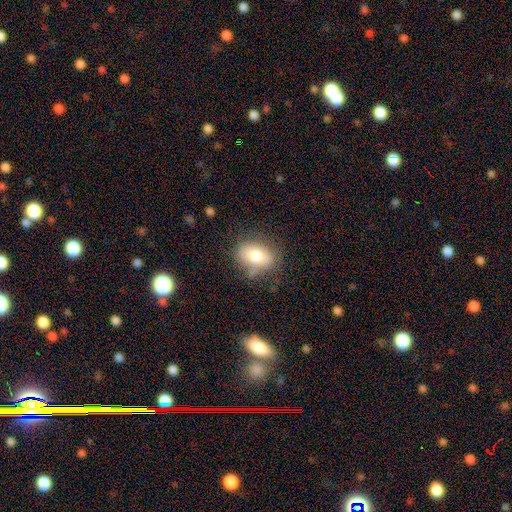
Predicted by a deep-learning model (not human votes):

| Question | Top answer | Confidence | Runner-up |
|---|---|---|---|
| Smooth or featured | smooth | 75% | featured or disk (16%) |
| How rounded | in between | 70% | round (28%) |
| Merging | none | 70% | minor disturbance (20%) |